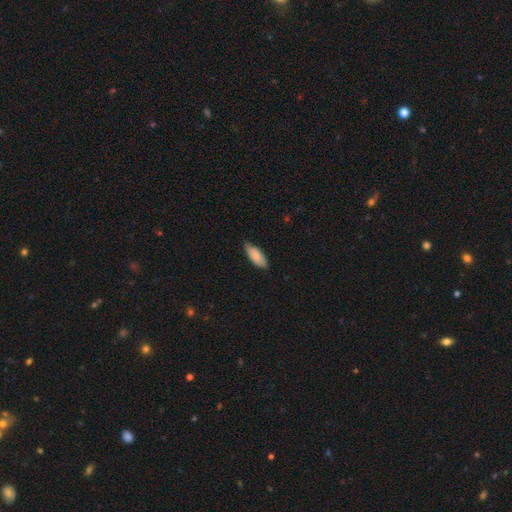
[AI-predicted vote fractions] A smooth galaxy with no disk features (84%) that is in between round and cigar-shaped (80%). Merging: none (75%).